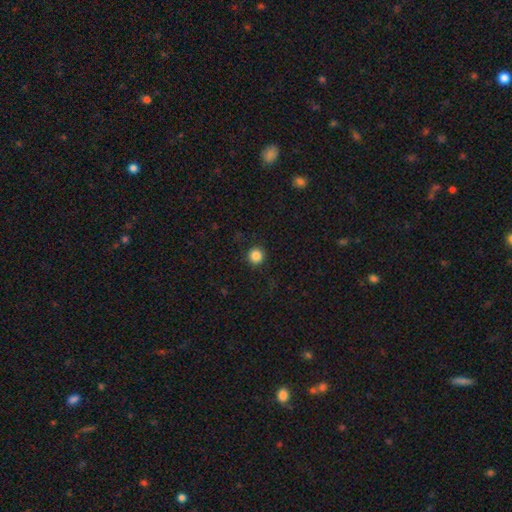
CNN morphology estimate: Smooth or featured: smooth — 85% (star or artifact — 11%)
How rounded: round — 95% (in between — 4%)
Merging: none — 91% (minor disturbance — 6%)